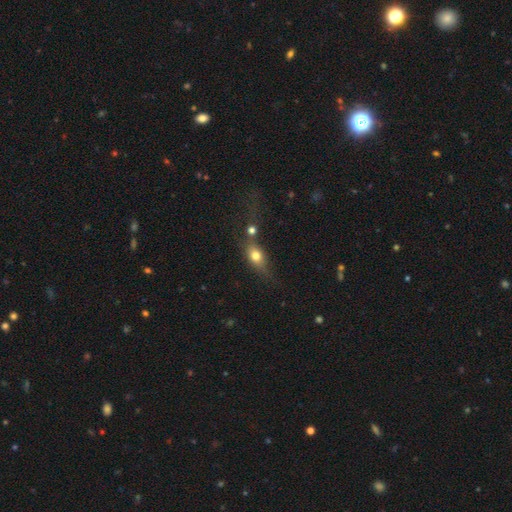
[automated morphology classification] A smooth galaxy with no disk features (71%) that is in between round and cigar-shaped (63%). Merging: none (44%).